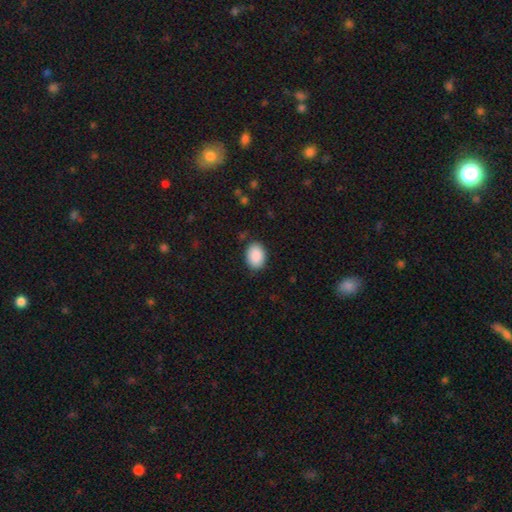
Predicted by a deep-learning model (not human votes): smooth 90%, star or artifact 7%, featured or disk 3%. Down the decision tree: how rounded — in between (78%); merging — none (86%).